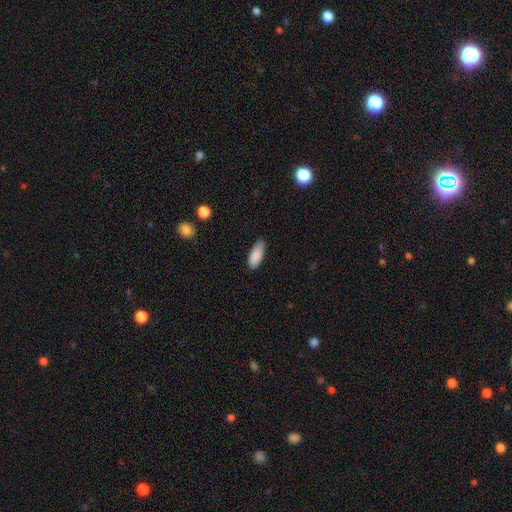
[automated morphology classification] smooth 89%, star or artifact 7%, featured or disk 5%. Down the decision tree: how rounded — in between (76%); merging — none (79%).